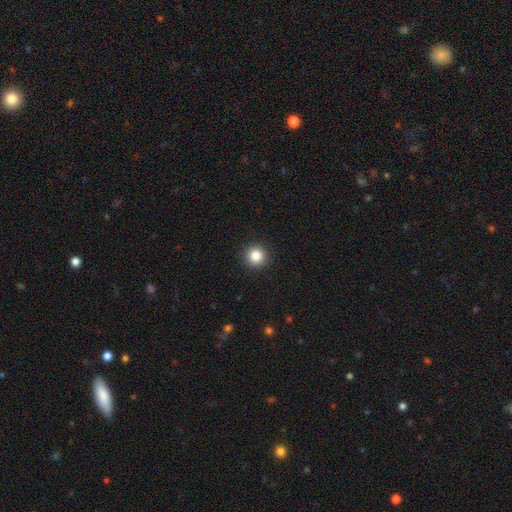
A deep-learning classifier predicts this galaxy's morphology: Smooth or featured? smooth (84%)
How rounded? round (95%)
Merging? none (93%)